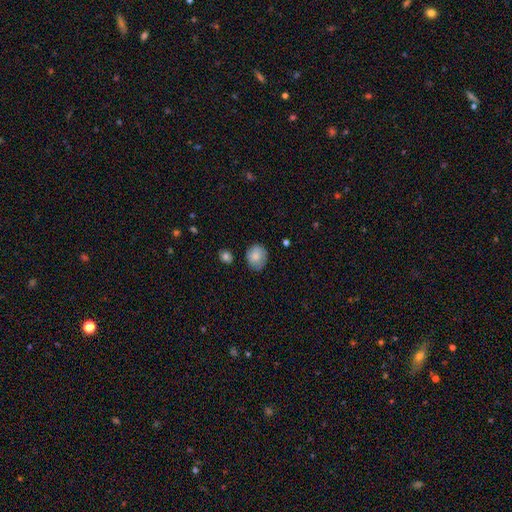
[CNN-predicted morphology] A smooth galaxy with no disk features (83%) that is round (62%). Merging: none (75%).